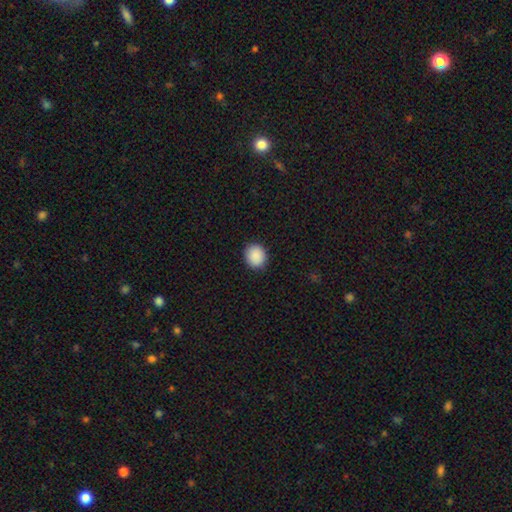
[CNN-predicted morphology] This appears to be a smooth galaxy with no disk features (90%) that is round (76%). Merging: none (91%).